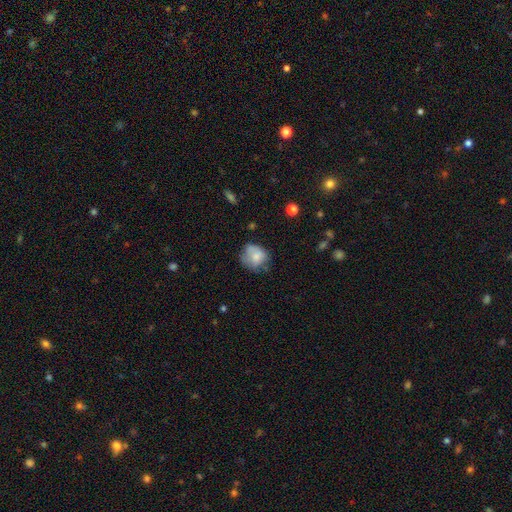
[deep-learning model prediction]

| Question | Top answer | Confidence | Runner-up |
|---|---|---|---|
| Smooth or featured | smooth | 72% | featured or disk (19%) |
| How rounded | round | 71% | in between (28%) |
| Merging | none | 49% | minor disturbance (32%) |